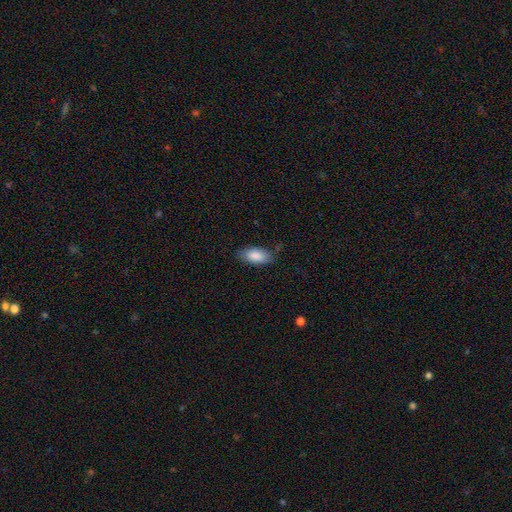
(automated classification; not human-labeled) Smooth or featured: smooth — 87% (featured or disk — 7%)
How rounded: in between — 91% (cigar-shaped — 6%)
Merging: none — 79% (minor disturbance — 16%)